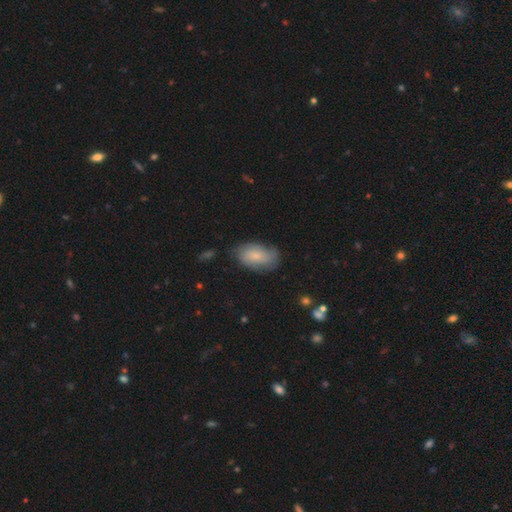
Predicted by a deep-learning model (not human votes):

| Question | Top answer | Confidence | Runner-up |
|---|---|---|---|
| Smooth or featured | smooth | 65% | featured or disk (28%) |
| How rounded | in between | 92% | round (5%) |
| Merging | none | 65% | minor disturbance (26%) |